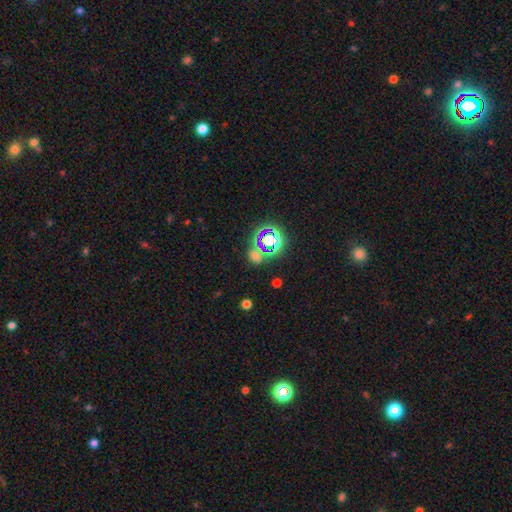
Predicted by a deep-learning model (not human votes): Q: Smooth or featured?
A: star or artifact (46%); runner-up: smooth (44%)